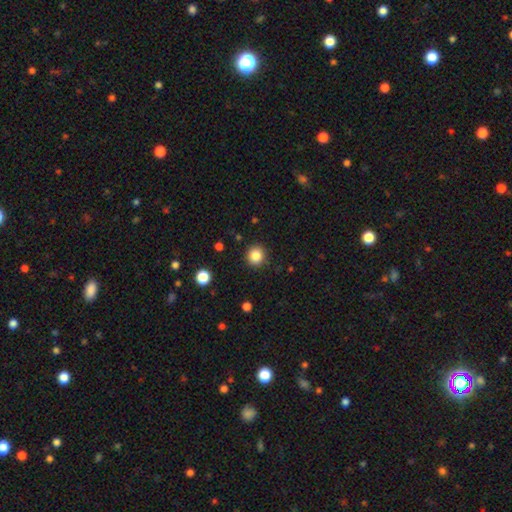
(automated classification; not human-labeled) Smooth or featured: smooth — 84% (star or artifact — 11%)
How rounded: round — 92% (in between — 7%)
Merging: none — 91% (minor disturbance — 6%)